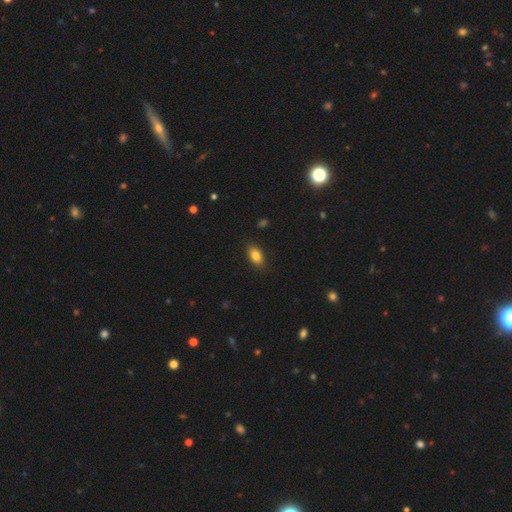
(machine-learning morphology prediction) smooth-or-featured: smooth: 83% | star or artifact: 9% | featured or disk: 7%
  how-rounded: in between: 88% | round: 9% | cigar-shaped: 3%
  merging: none: 87% | minor disturbance: 10% | major disturbance: 2% | merger: 1%